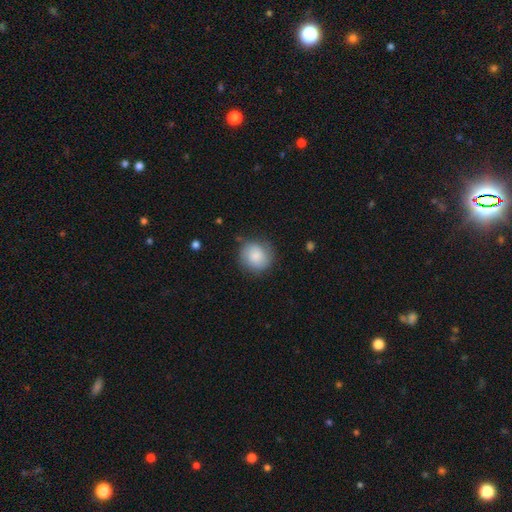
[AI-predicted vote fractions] smooth_or_featured: smooth (p=0.79) [alt: featured or disk p=0.14]
how_rounded: round (p=0.86) [alt: in between p=0.13]
merging: none (p=0.77) [alt: minor disturbance p=0.16]